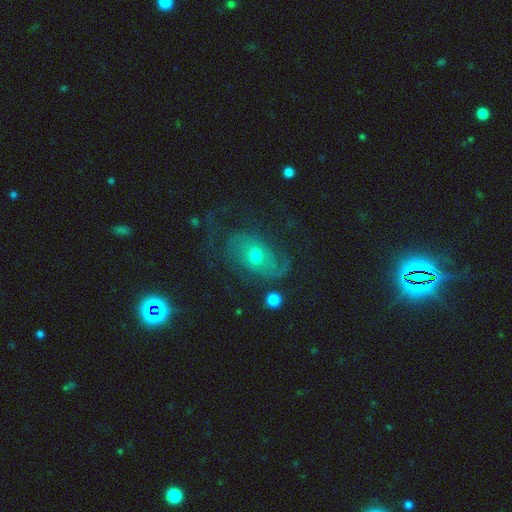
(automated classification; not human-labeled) Smooth or featured? featured or disk (70%)
Edge-on disk? no (95%)
Bar? no (72%)
Spiral arms? yes (84%)
Spiral winding? medium (40%)
Spiral arm count? 2 (50%)
Bulge size? moderate (58%)
Merging? none (52%)